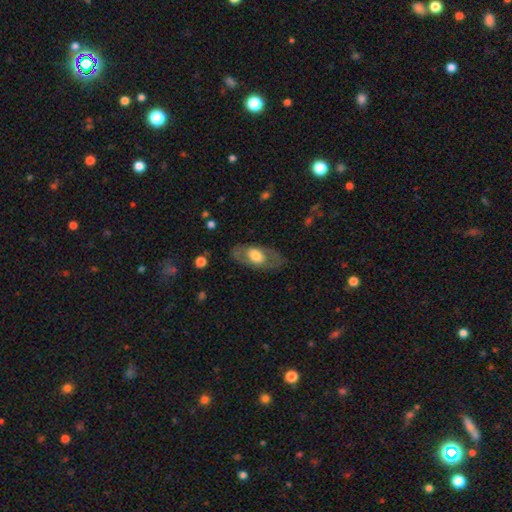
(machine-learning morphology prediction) A featured or disk galaxy (49%).

Vote fractions:
- Smooth or featured? featured or disk: 49% / smooth: 46% / star or artifact: 6%
- Merging? none: 77% / minor disturbance: 14% / major disturbance: 8% / merger: 1%